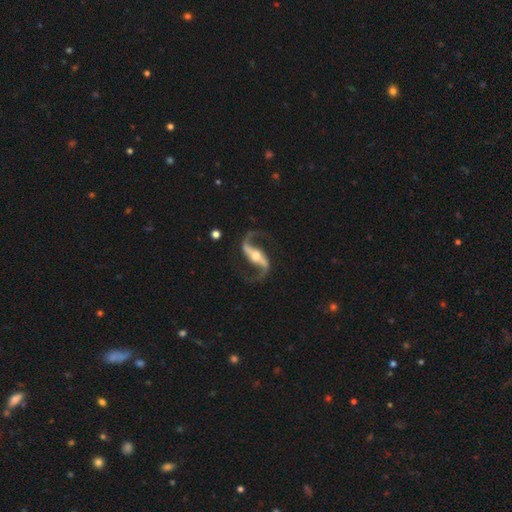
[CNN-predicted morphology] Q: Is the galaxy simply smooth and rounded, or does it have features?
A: featured or disk — 92%.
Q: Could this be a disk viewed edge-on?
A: no — 95%.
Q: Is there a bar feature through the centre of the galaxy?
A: strong — 61%.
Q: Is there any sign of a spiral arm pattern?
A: yes — 97%.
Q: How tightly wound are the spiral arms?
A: loose — 67%.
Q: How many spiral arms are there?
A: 2 — 94%.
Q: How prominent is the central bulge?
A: moderate — 59%.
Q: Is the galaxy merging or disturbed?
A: none — 81%.